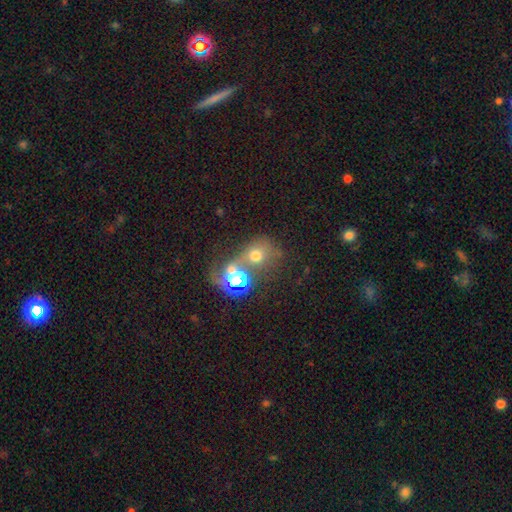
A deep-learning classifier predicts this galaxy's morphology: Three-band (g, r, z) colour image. It shows a smooth galaxy with no disk features (54%) that is round (70%). Merging: merger (48%).